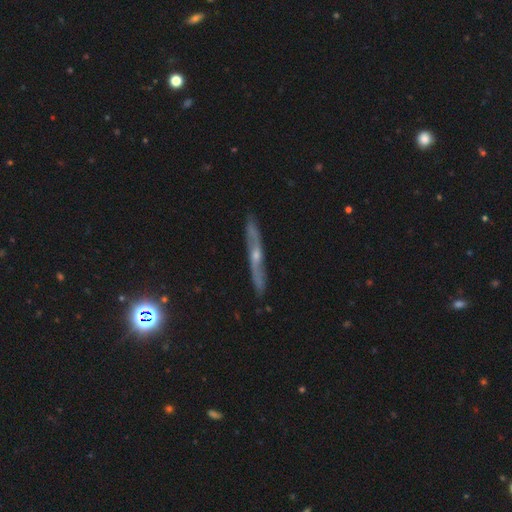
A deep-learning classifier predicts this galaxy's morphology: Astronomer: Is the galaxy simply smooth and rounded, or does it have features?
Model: featured or disk — 74%.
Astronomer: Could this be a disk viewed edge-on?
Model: yes — 78%.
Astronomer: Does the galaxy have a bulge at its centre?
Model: rounded — 73%.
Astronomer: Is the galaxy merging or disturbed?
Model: none — 84%.